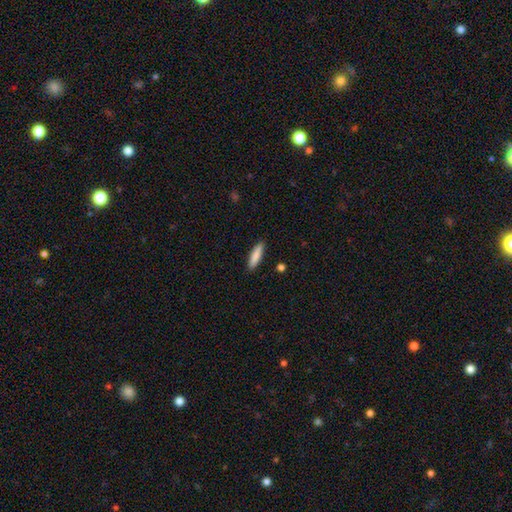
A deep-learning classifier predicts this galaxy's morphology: Q: Smooth or featured?
A: smooth (84%); runner-up: featured or disk (10%)
Q: How rounded?
A: cigar-shaped (77%); runner-up: in between (22%)
Q: Merging?
A: none (89%); runner-up: minor disturbance (8%)